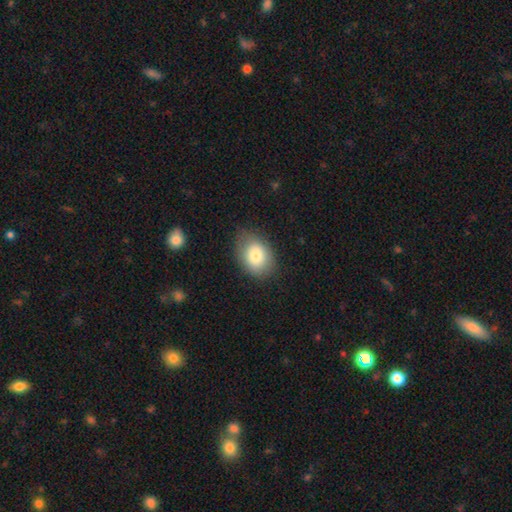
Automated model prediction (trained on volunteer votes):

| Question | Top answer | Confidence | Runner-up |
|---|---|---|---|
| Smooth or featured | smooth | 79% | featured or disk (13%) |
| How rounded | in between | 72% | round (27%) |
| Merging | none | 75% | minor disturbance (19%) |